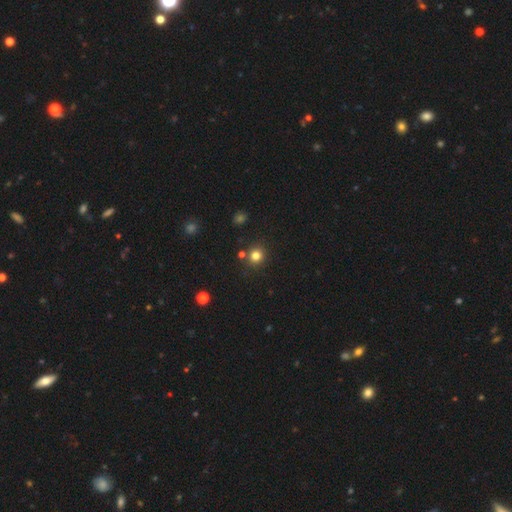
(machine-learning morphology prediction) Smooth or featured?
  - smooth: 80% *
  - star or artifact: 14%
  - featured or disk: 5%
How rounded?
  - round: 89% *
  - in between: 10%
  - cigar-shaped: 1%
Merging?
  - none: 83% *
  - minor disturbance: 7%
  - merger: 7%
  - major disturbance: 2%